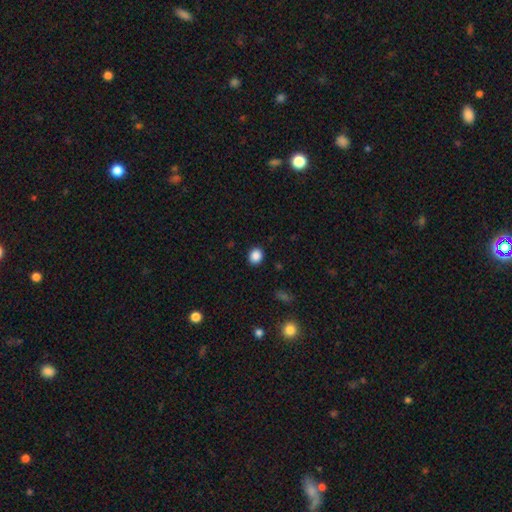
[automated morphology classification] The model was most divided on "how rounded": round: 68%, in between: 31%, cigar-shaped: 1%. More confident: merging — none (90%); smooth or featured — smooth (87%).